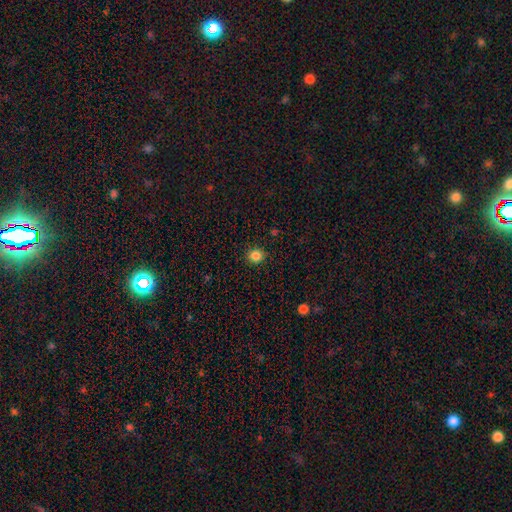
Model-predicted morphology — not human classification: Overall: smooth (84%). How rounded: round (88%). Merging: none (92%).